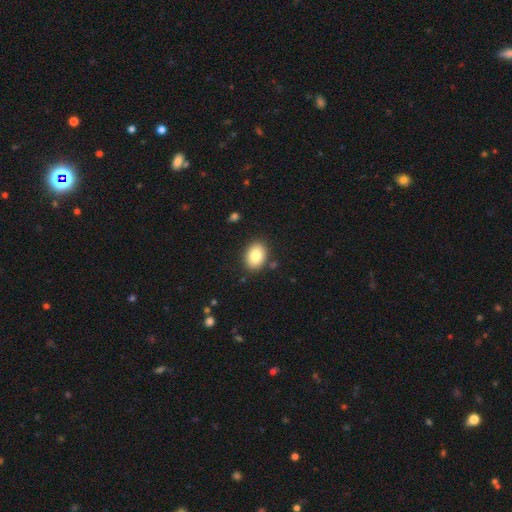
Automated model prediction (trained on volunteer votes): Smooth or featured?
  - smooth: 83% *
  - featured or disk: 9%
  - star or artifact: 8%
How rounded?
  - in between: 73% *
  - round: 26%
  - cigar-shaped: 1%
Merging?
  - none: 86% *
  - minor disturbance: 9%
  - major disturbance: 2%
  - merger: 2%